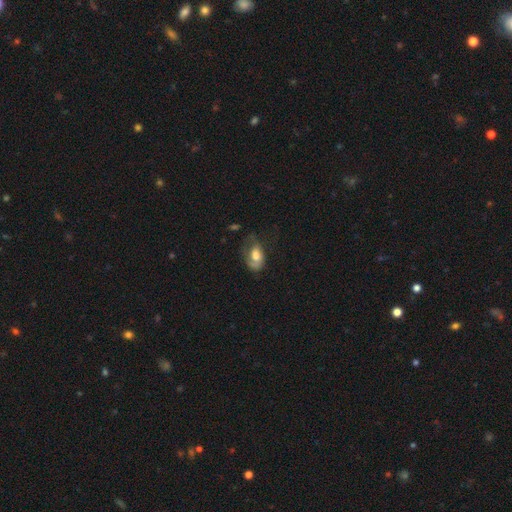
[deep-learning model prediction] Morphology: type=smooth (54%); roundness=in between (87%); merging=major disturbance (36%).